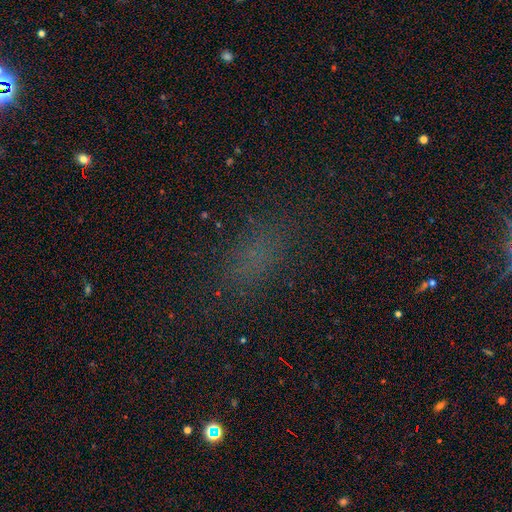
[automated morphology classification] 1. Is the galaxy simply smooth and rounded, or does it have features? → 61% smooth, 30% star or artifact, 9% featured or disk.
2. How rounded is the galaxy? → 71% in between, 19% cigar-shaped, 10% round.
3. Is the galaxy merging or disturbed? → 78% none, 14% minor disturbance, 7% major disturbance, 2% merger.